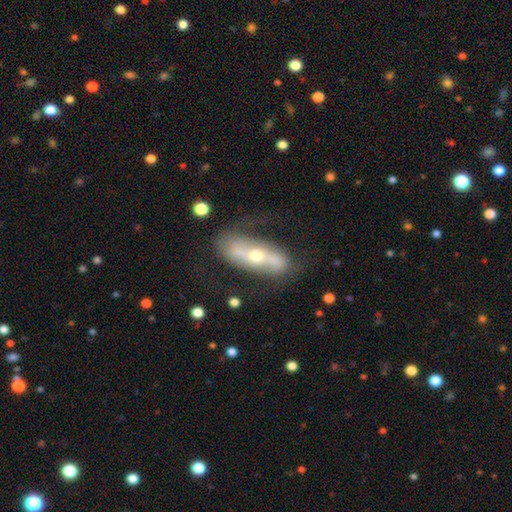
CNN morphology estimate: Smooth or featured? featured or disk (72%)
Edge-on disk? no (77%)
Bar? strong (42%)
Spiral arms? yes (68%)
Bulge size? moderate (48%, tied with small)
Merging? none (68%)